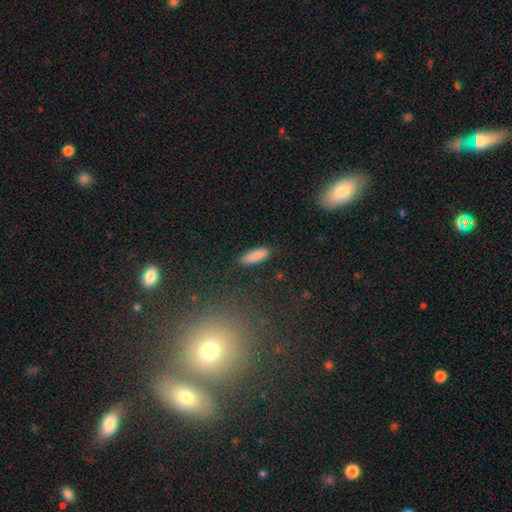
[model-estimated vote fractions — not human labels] smooth 88%, star or artifact 7%, featured or disk 5%. Down the decision tree: how rounded — in between (54%); merging — none (86%).